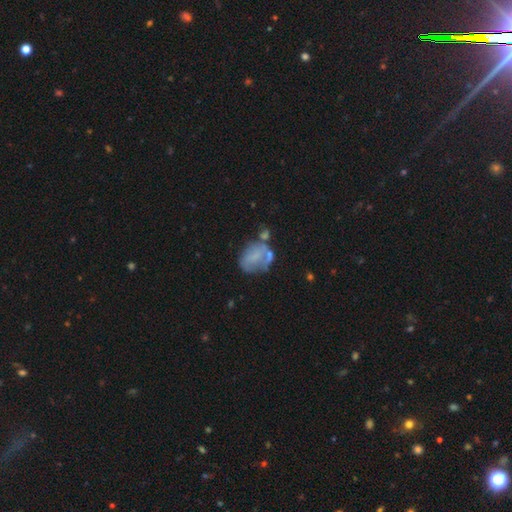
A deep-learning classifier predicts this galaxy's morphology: type=smooth (45%); merging=none (33%).